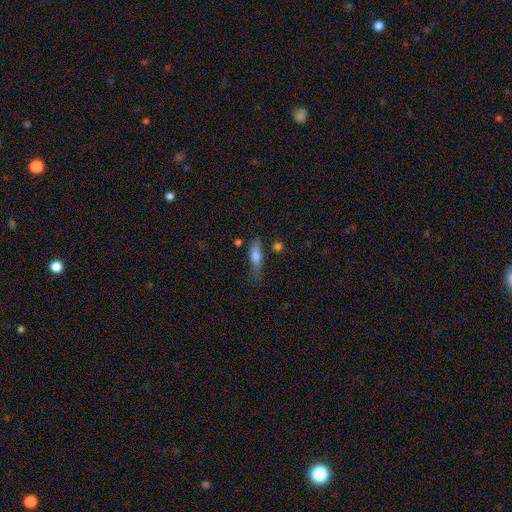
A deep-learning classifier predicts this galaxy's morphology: Smooth or featured?
  - smooth: 69% *
  - featured or disk: 22%
  - star or artifact: 8%
How rounded?
  - cigar-shaped: 49% *
  - in between: 48%
  - round: 4%
Merging?
  - none: 57% *
  - minor disturbance: 27%
  - major disturbance: 10%
  - merger: 5%